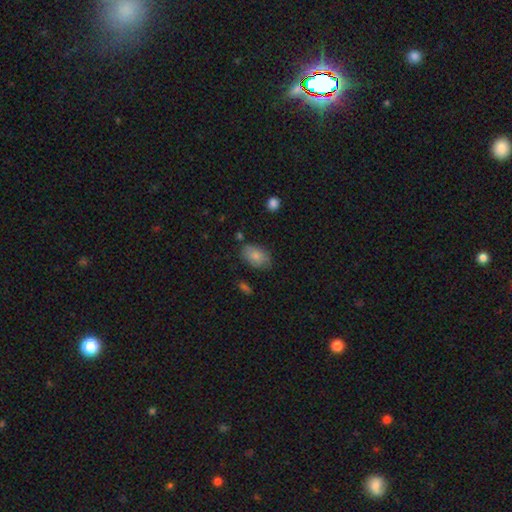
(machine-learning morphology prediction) type=smooth (81%); roundness=in between (89%); merging=none (71%).